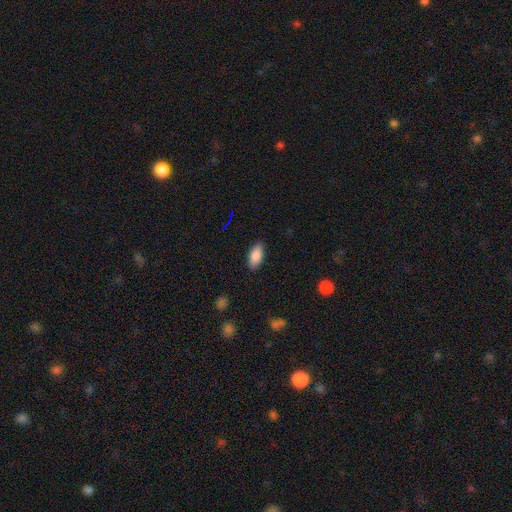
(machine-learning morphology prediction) type=smooth (87%); roundness=in between (89%); merging=none (87%).